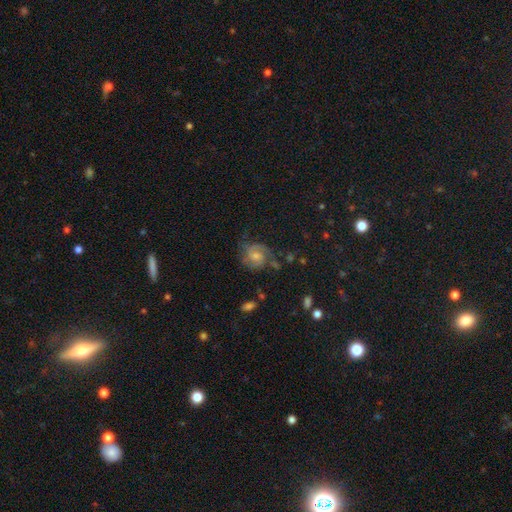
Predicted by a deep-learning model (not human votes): Smooth or featured? featured or disk (78%)
Edge-on disk? no (98%)
Bar? no (63%)
Spiral arms? yes (96%)
Spiral winding? medium (44%, tied with tight)
Spiral arm count? 2 (79%)
Bulge size? small (45%)
Merging? none (67%)